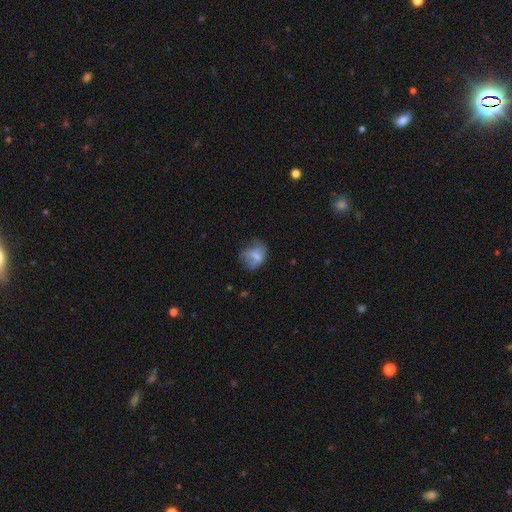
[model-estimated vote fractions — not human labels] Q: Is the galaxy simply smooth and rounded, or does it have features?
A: smooth — 60%.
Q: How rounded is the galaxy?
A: in between — 55%.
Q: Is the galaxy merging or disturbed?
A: none — 38%.